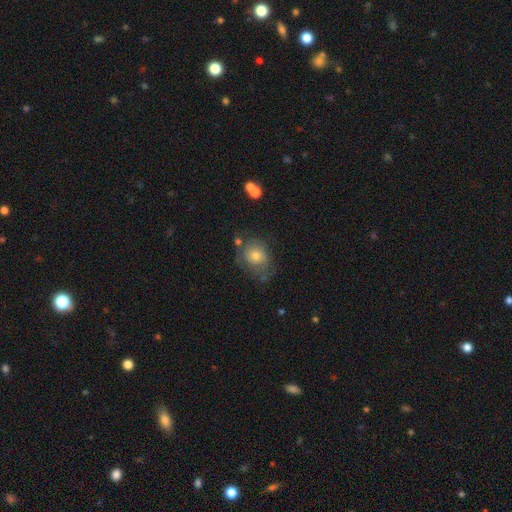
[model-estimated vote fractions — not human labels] A smooth galaxy with no disk features (64%) that is round (67%). Merging: none (53%).